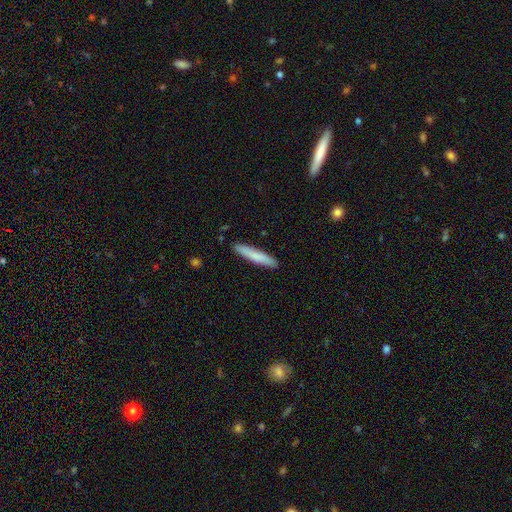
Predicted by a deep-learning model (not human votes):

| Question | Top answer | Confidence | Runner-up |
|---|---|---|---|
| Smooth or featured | smooth | 78% | featured or disk (17%) |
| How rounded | cigar-shaped | 93% | in between (6%) |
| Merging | none | 90% | minor disturbance (7%) |